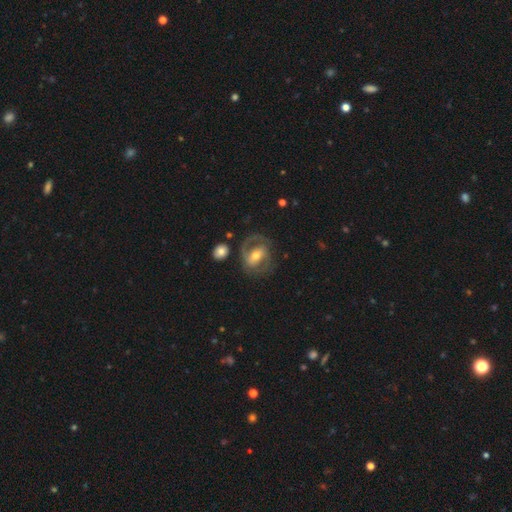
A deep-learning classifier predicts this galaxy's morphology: Overall: featured or disk (72%). Edge-on disk: no (95%). Bar: weak (39%; strong 36%). Spiral arms: yes (77%). Spiral arm count: 2 (68%). Spiral winding: medium (48%; tight 31%). Bulge size: moderate (67%). Merging: none (61%).